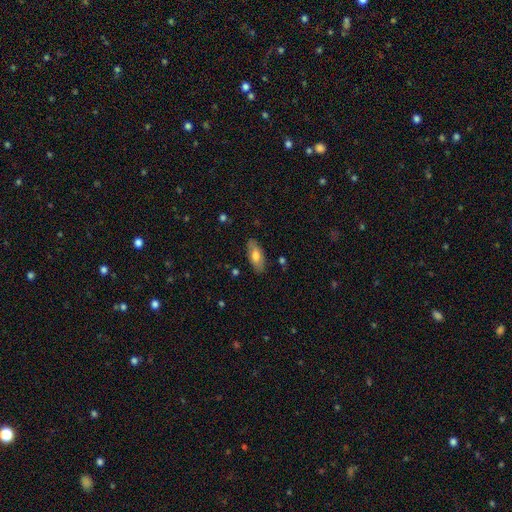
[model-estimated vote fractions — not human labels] This is likely a smooth galaxy (67%). How rounded: clearly in between (83%). Merging: clearly none (84%).